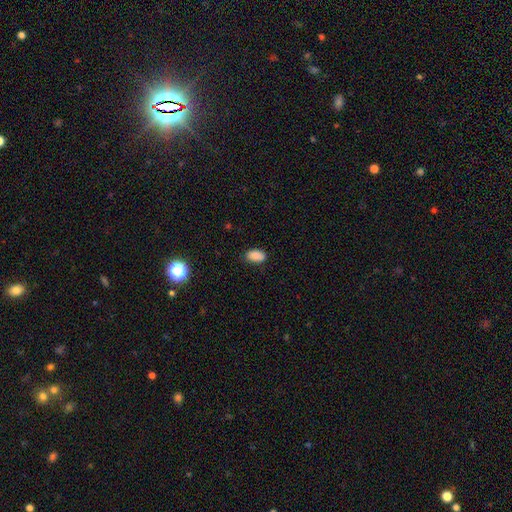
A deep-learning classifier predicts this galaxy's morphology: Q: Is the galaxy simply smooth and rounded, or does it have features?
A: smooth — 87%.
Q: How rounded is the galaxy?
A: in between — 92%.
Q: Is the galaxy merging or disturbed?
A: none — 81%.